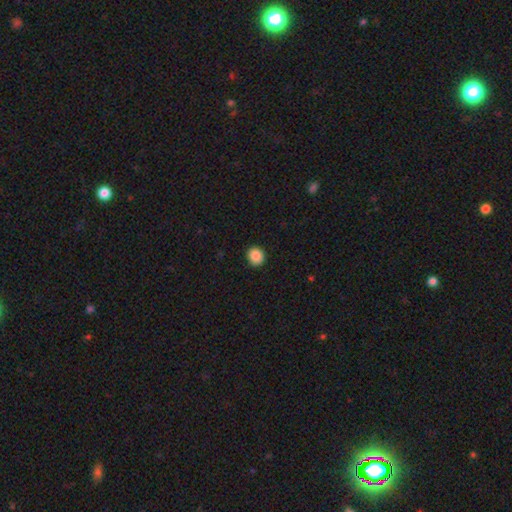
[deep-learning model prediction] The model was most divided on "how rounded": round: 80%, in between: 19%, cigar-shaped: 1%. More confident: merging — none (91%); smooth or featured — smooth (87%).